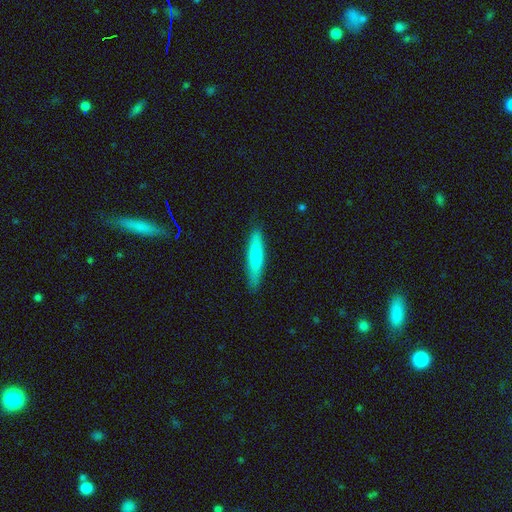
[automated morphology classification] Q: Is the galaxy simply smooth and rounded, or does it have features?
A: smooth — 79%.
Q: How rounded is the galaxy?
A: cigar-shaped — 88%.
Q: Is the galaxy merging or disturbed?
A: none — 86%.